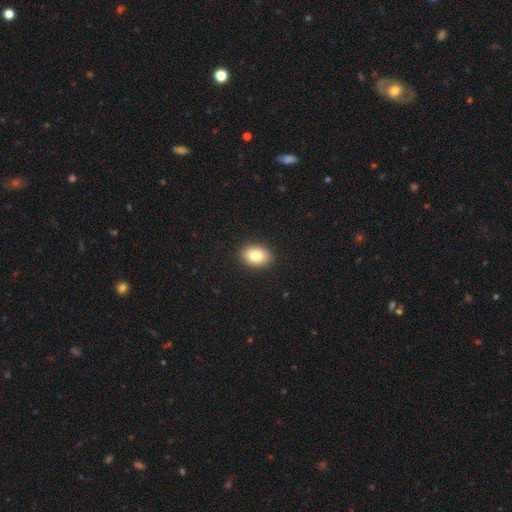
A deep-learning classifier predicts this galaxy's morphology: The model was most divided on "how rounded": in between: 75%, round: 24%, cigar-shaped: 1%. More confident: merging — none (91%); smooth or featured — smooth (84%).